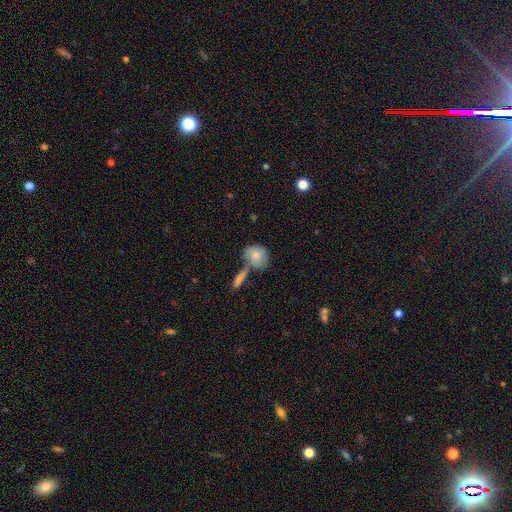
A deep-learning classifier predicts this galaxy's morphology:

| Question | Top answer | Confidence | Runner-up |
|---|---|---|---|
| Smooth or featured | smooth | 75% | featured or disk (18%) |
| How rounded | round | 53% | in between (43%) |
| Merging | none | 41% | merger (35%) |